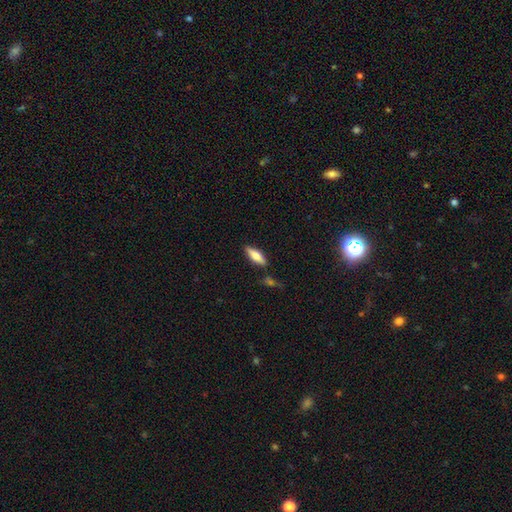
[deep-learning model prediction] Smooth or featured: smooth — 70% (featured or disk — 24%)
How rounded: in between — 58% (cigar-shaped — 40%)
Merging: none — 80% (minor disturbance — 12%)